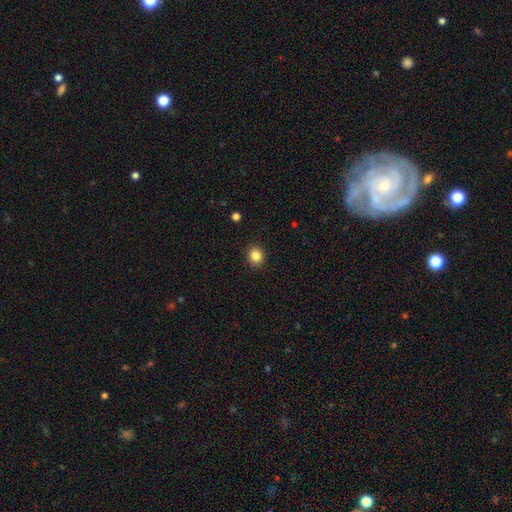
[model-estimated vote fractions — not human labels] Smooth or featured? smooth (84%)
How rounded? round (80%)
Merging? none (91%)